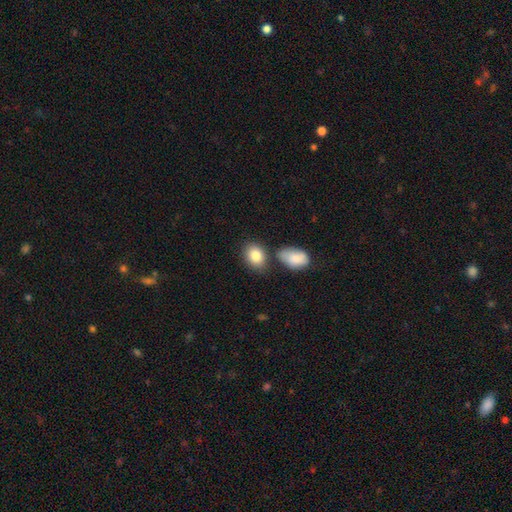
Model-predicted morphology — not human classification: Smooth or featured: smooth — 83% (featured or disk — 9%)
How rounded: in between — 69% (round — 29%)
Merging: none — 64% (merger — 19%)